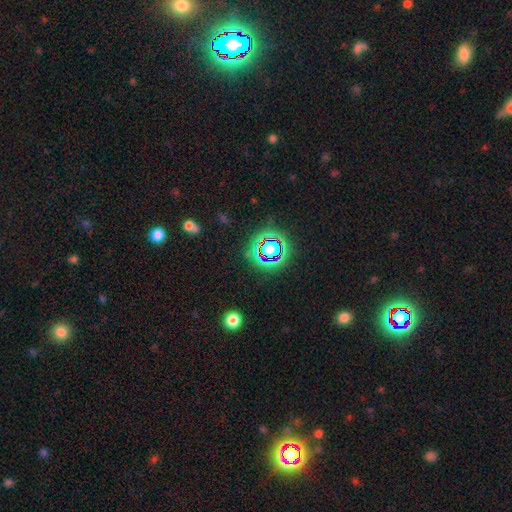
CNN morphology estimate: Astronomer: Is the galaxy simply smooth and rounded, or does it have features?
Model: star or artifact — 74%.